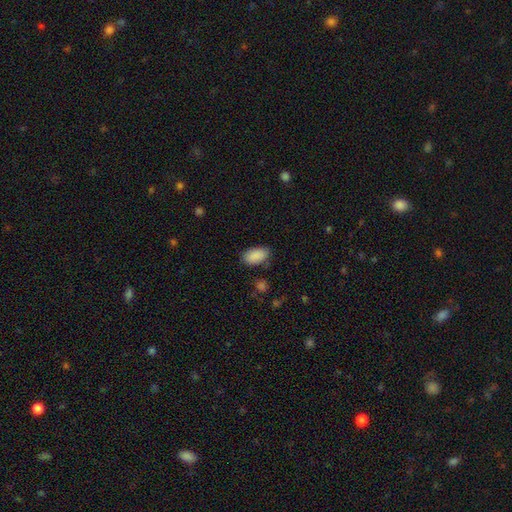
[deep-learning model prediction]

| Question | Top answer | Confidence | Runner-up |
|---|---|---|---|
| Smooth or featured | smooth | 90% | star or artifact (7%) |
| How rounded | in between | 94% | round (3%) |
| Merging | none | 81% | minor disturbance (14%) |